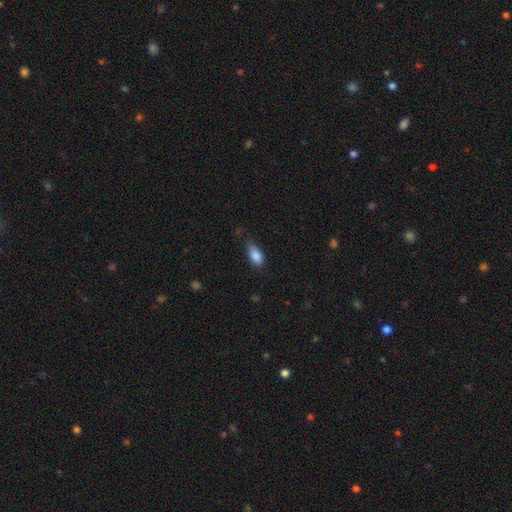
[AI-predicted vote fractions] smooth-or-featured: smooth: 85% | star or artifact: 8% | featured or disk: 7%
  how-rounded: in between: 87% | cigar-shaped: 7% | round: 6%
  merging: none: 55% | minor disturbance: 35% | major disturbance: 8% | merger: 2%